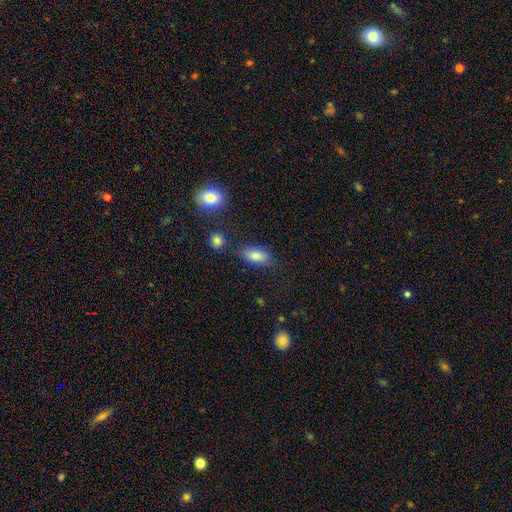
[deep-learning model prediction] Q: Smooth or featured?
A: smooth (82%); runner-up: featured or disk (9%)
Q: How rounded?
A: in between (88%); runner-up: cigar-shaped (6%)
Q: Merging?
A: none (75%); runner-up: minor disturbance (15%)